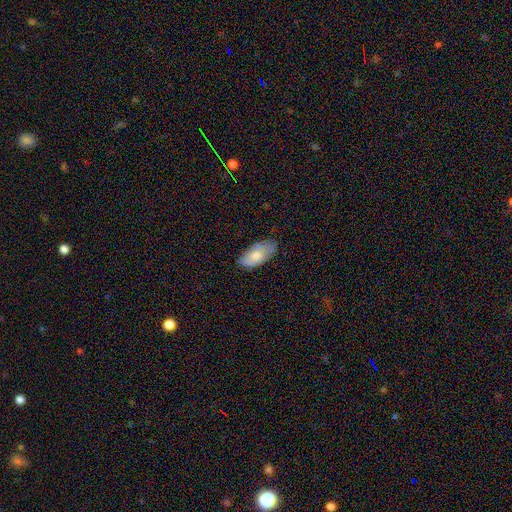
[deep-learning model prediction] A smooth galaxy with no disk features (71%) that is in between round and cigar-shaped (93%).

Vote fractions:
- Smooth or featured? smooth: 71% / featured or disk: 23% / star or artifact: 6%
- How rounded? in between: 93% / cigar-shaped: 5% / round: 2%
- Merging? none: 66% / minor disturbance: 28% / major disturbance: 5% / merger: 1%